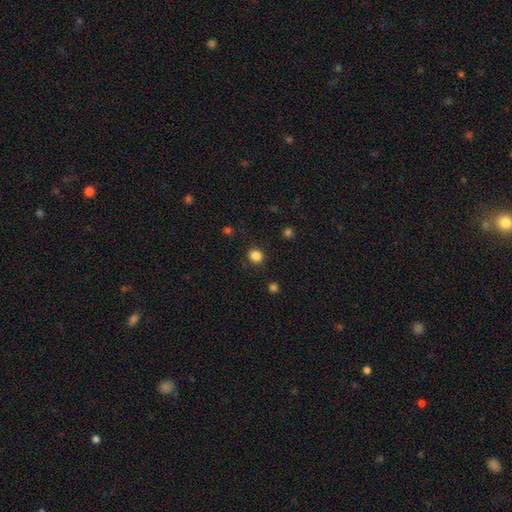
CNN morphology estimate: Overall: smooth (85%). How rounded: round (86%). Merging: none (89%).